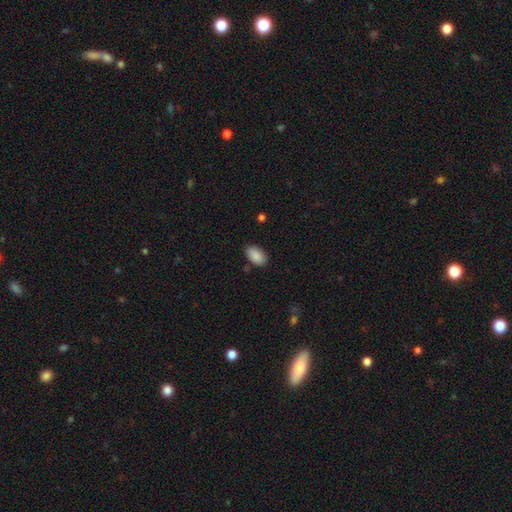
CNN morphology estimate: A smooth galaxy with no disk features (90%) that is in between round and cigar-shaped (93%).

Vote fractions:
- Smooth or featured? smooth: 90% / star or artifact: 7% / featured or disk: 4%
- How rounded? in between: 93% / round: 5% / cigar-shaped: 1%
- Merging? none: 84% / minor disturbance: 12% / major disturbance: 3% / merger: 2%